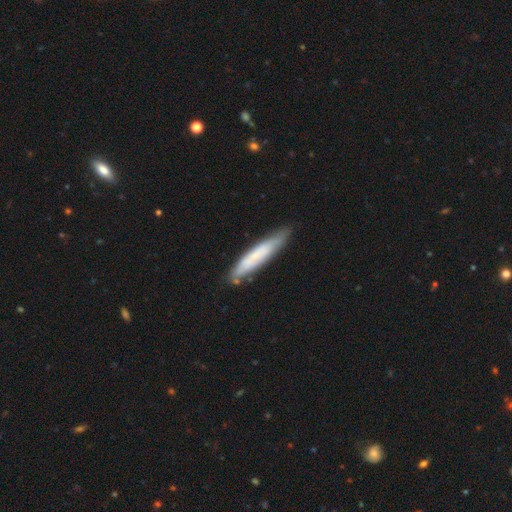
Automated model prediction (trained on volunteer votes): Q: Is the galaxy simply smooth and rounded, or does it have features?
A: smooth — 56%.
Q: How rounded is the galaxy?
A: cigar-shaped — 90%.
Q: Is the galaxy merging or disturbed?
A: none — 76%.